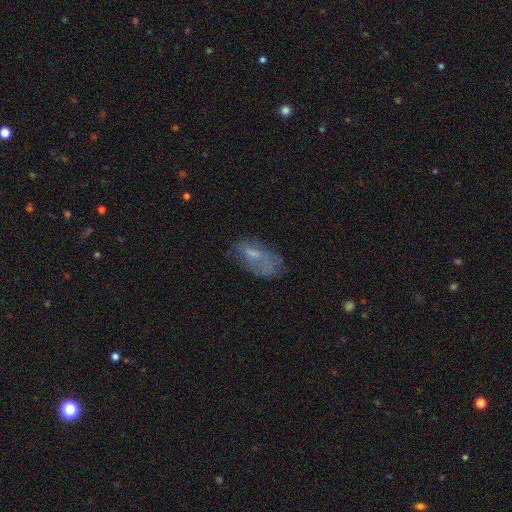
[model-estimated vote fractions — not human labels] smooth 52%, featured or disk 37%, star or artifact 11%. Down the decision tree: how rounded — in between (86%); merging — none (46%).